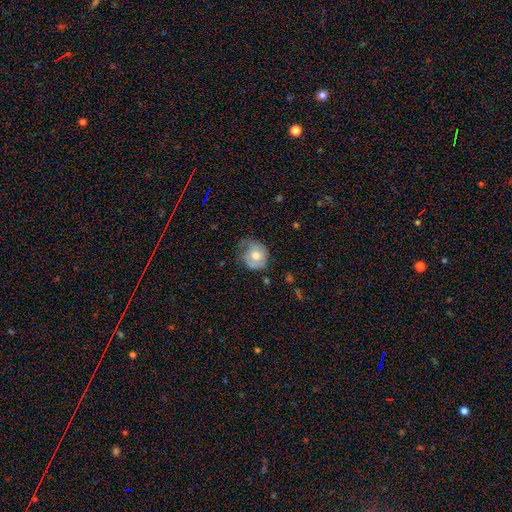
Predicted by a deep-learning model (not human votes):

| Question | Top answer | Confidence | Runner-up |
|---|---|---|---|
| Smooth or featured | smooth | 52% | featured or disk (41%) |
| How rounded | round | 76% | in between (23%) |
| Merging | none | 50% | minor disturbance (32%) |